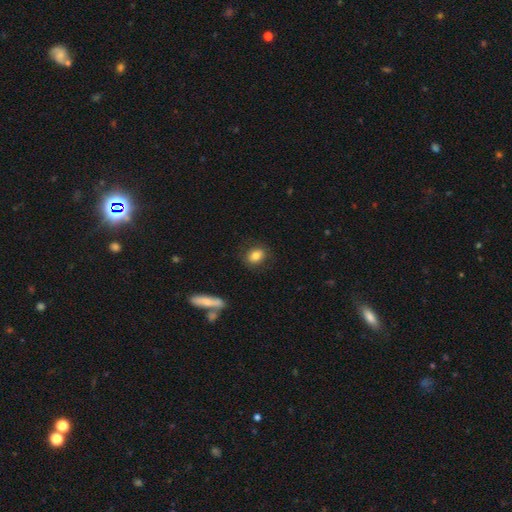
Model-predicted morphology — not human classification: Q: Smooth or featured?
A: smooth (83%); runner-up: featured or disk (9%)
Q: How rounded?
A: in between (60%); runner-up: round (38%)
Q: Merging?
A: none (85%); runner-up: minor disturbance (10%)